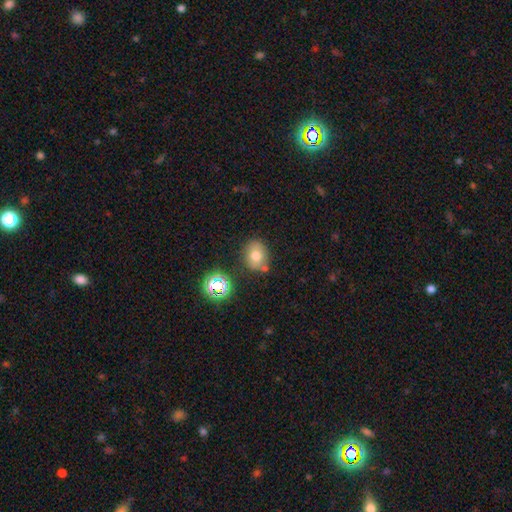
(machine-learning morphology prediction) Q: Smooth or featured?
A: smooth (69%); runner-up: featured or disk (16%)
Q: How rounded?
A: round (56%); runner-up: in between (43%)
Q: Merging?
A: none (71%); runner-up: minor disturbance (16%)